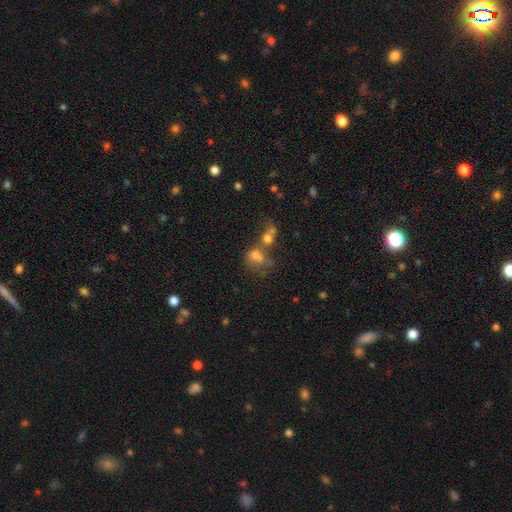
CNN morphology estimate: Q: Smooth or featured?
A: smooth (63%); runner-up: featured or disk (21%)
Q: How rounded?
A: in between (50%); runner-up: round (48%)
Q: Merging?
A: merger (58%); runner-up: none (21%)